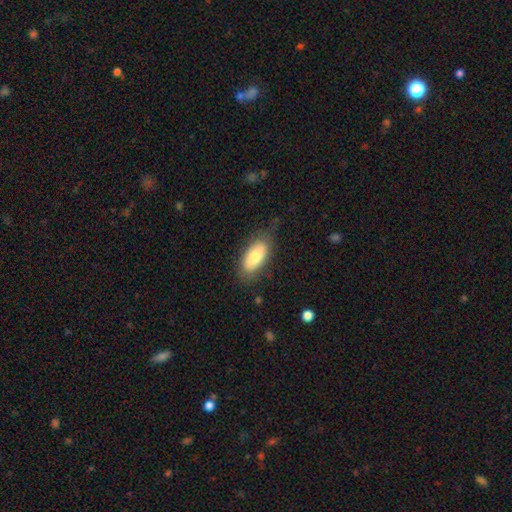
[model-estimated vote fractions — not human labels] A smooth galaxy with no disk features (76%) that is in between round and cigar-shaped (91%).

Vote fractions:
- Smooth or featured? smooth: 76% / featured or disk: 17% / star or artifact: 6%
- How rounded? in between: 91% / cigar-shaped: 6% / round: 3%
- Merging? none: 77% / minor disturbance: 17% / major disturbance: 5% / merger: 1%